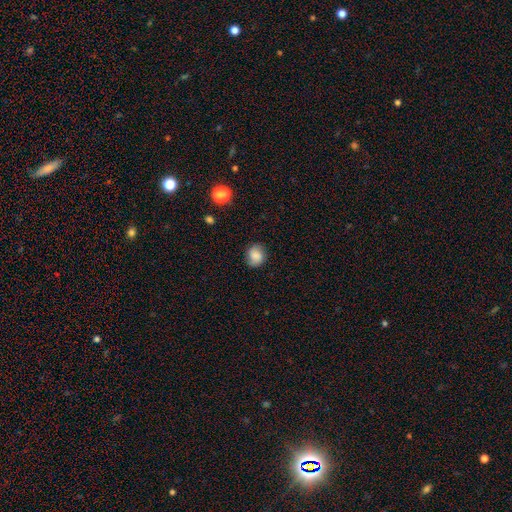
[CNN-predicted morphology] Smooth or featured: smooth — 79% (featured or disk — 11%)
How rounded: round — 63% (in between — 36%)
Merging: none — 80% (minor disturbance — 15%)